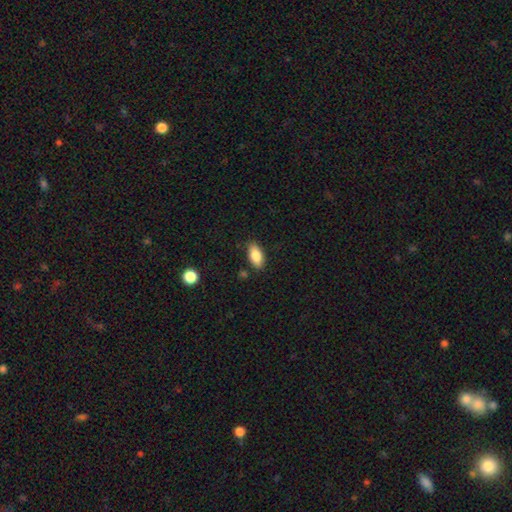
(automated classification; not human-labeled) smooth-or-featured: smooth: 84% | featured or disk: 9% | star or artifact: 7%
  how-rounded: in between: 89% | cigar-shaped: 8% | round: 3%
  merging: none: 84% | minor disturbance: 11% | merger: 2% | major disturbance: 2%